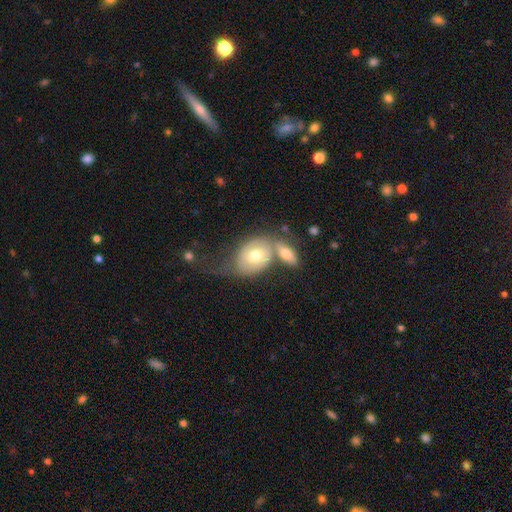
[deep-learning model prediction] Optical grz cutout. It shows a smooth galaxy with no disk features (55%) that is in between round and cigar-shaped (77%). Merging: merger (46%).